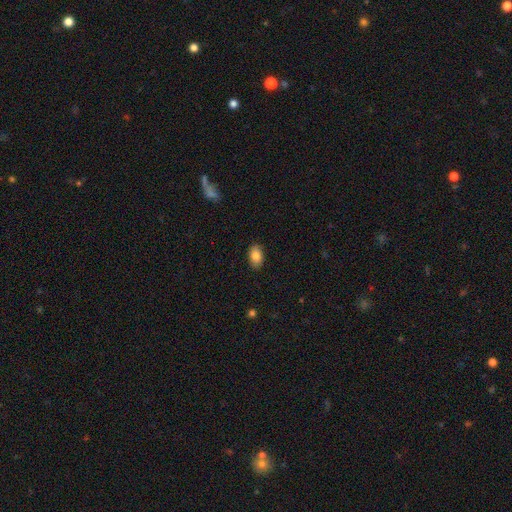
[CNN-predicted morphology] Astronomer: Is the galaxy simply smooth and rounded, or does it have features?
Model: smooth — 84%.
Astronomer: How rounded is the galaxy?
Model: in between — 90%.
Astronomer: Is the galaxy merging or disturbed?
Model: none — 88%.